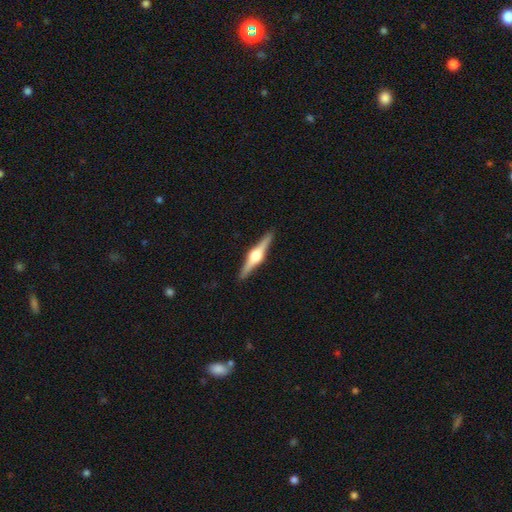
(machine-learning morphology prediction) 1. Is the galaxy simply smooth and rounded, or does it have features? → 83% featured or disk, 12% smooth, 4% star or artifact.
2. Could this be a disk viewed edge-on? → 98% yes, 2% no.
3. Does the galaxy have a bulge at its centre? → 96% rounded, 3% boxy, 1% none.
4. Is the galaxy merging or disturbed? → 92% none, 5% minor disturbance, 1% major disturbance, 1% merger.